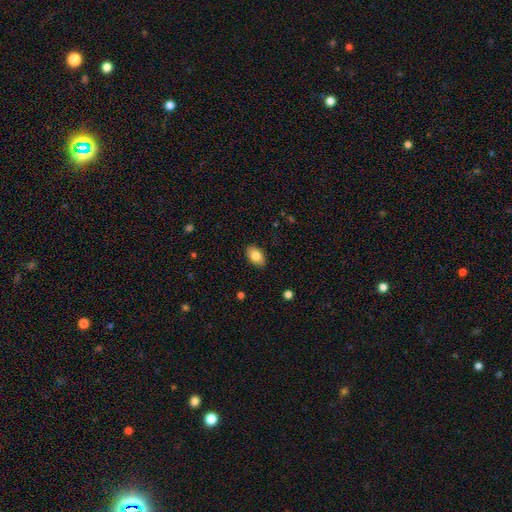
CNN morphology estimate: smooth-or-featured: smooth: 82% | featured or disk: 11% | star or artifact: 7%
  how-rounded: in between: 91% | round: 8% | cigar-shaped: 1%
  merging: none: 88% | minor disturbance: 9% | major disturbance: 2% | merger: 1%